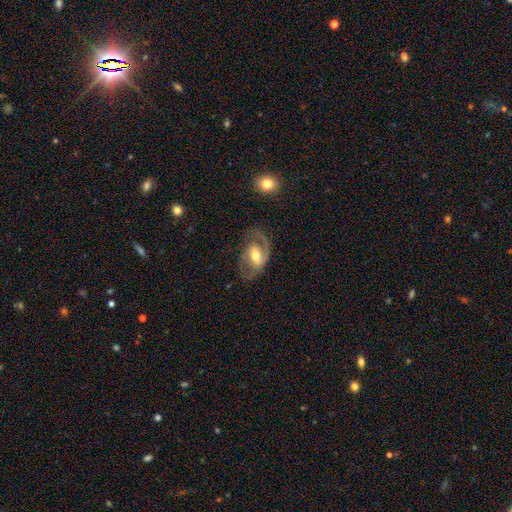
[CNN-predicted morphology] Smooth or featured? Predicted: featured or disk (p=0.73). Edge-on disk? Predicted: no (p=0.95). Bar? Predicted: weak (p=0.43). Spiral arms? Predicted: yes (p=0.84). Spiral winding? Predicted: medium (p=0.48). Spiral arm count? Predicted: 2 (p=0.63). Bulge size? Predicted: moderate (p=0.69). Merging? Predicted: none (p=0.60).